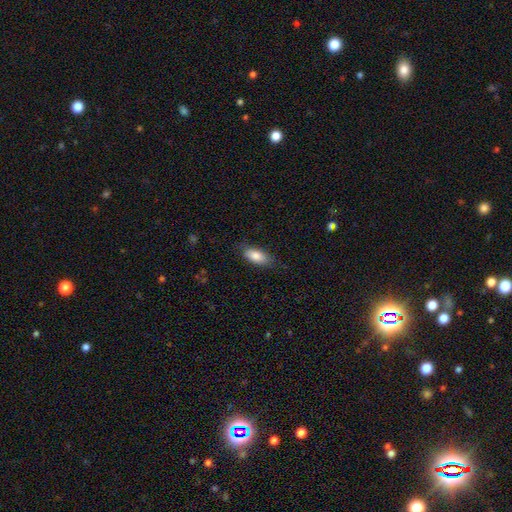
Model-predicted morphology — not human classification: Smooth or featured? smooth (84%)
How rounded? in between (86%)
Merging? none (78%)